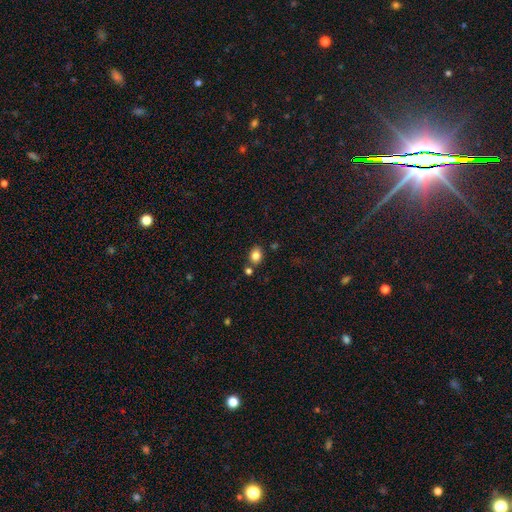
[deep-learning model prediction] Smooth or featured: smooth — 84% (star or artifact — 10%)
How rounded: in between — 60% (round — 39%)
Merging: none — 75% (merger — 11%)